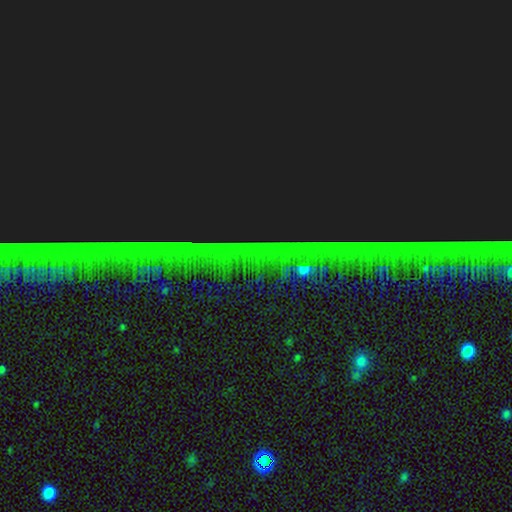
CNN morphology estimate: A star or artifact, not a galaxy (86%).